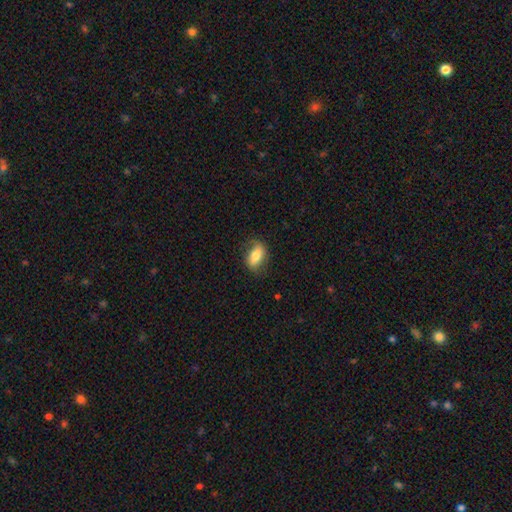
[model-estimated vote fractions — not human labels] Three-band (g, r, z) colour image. It shows a smooth galaxy with no disk features (66%) that is in between round and cigar-shaped (86%). Merging: none (73%).